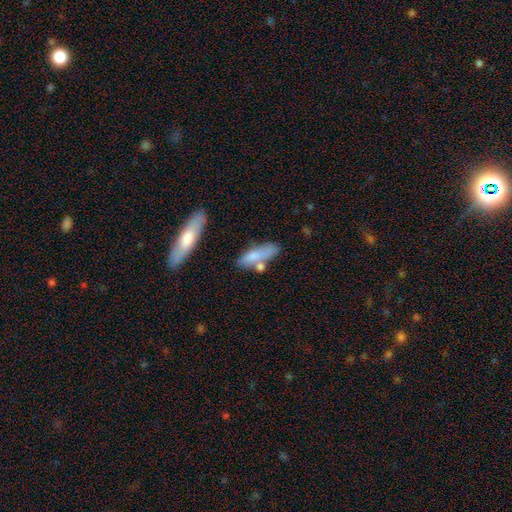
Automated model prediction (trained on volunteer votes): Morphology: type=smooth (72%); roundness=cigar-shaped (53%); merging=none (58%).